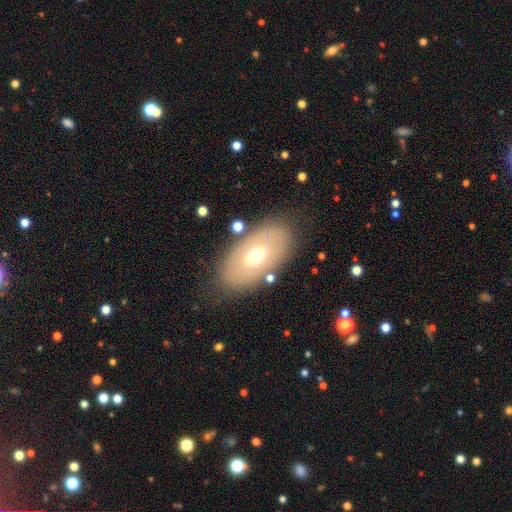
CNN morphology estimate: Overall: smooth (50%; featured or disk 43%). Merging: none (76%).